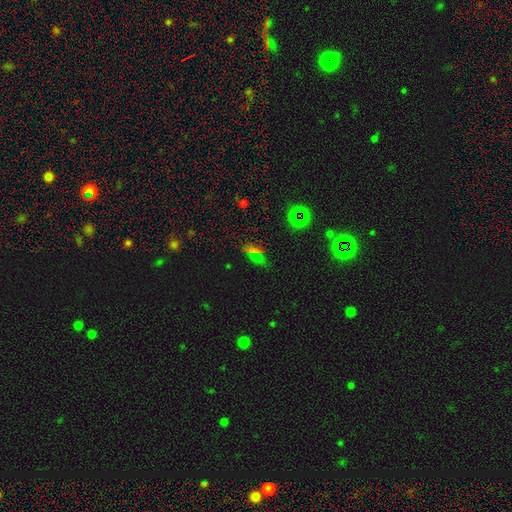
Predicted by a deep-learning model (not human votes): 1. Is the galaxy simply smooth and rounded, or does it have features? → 45% star or artifact, 44% smooth, 10% featured or disk.